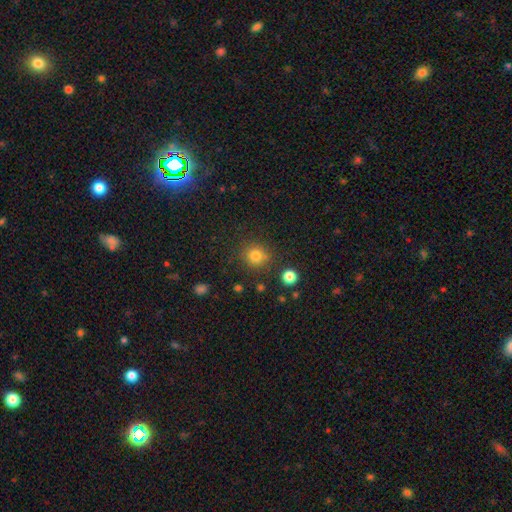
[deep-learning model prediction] A smooth galaxy with no disk features (80%) that is round (90%). Merging: none (81%).